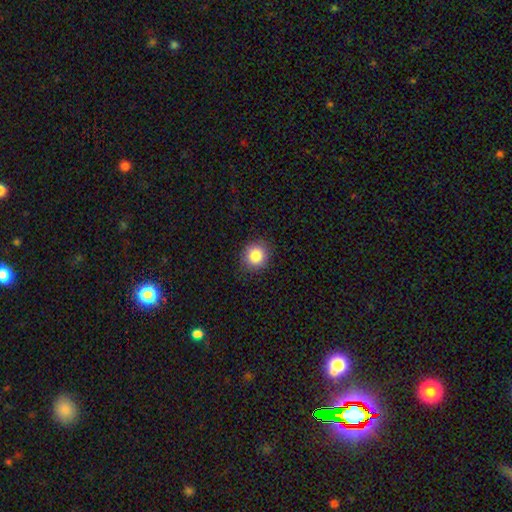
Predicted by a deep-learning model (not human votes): A smooth galaxy with no disk features (87%) that is round (88%). Merging: none (88%).